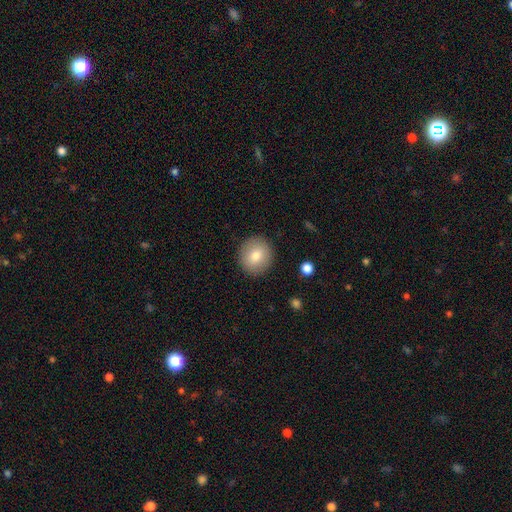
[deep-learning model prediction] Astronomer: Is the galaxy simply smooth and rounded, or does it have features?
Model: smooth — 79%.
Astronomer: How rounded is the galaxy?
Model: round — 87%.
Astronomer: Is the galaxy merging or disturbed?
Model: none — 90%.